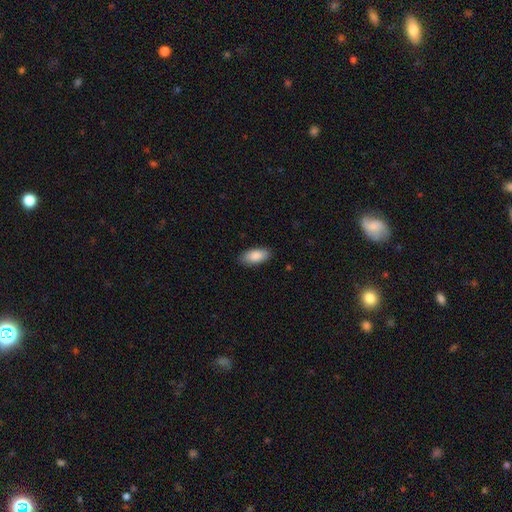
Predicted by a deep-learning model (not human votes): Overall: smooth (89%). How rounded: in between (92%). Merging: none (88%).